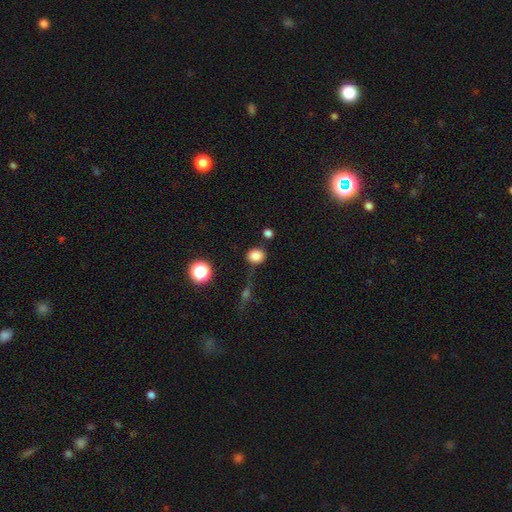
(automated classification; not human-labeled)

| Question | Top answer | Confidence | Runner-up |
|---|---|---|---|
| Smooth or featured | smooth | 83% | star or artifact (12%) |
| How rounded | round | 72% | in between (26%) |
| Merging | none | 72% | minor disturbance (16%) |